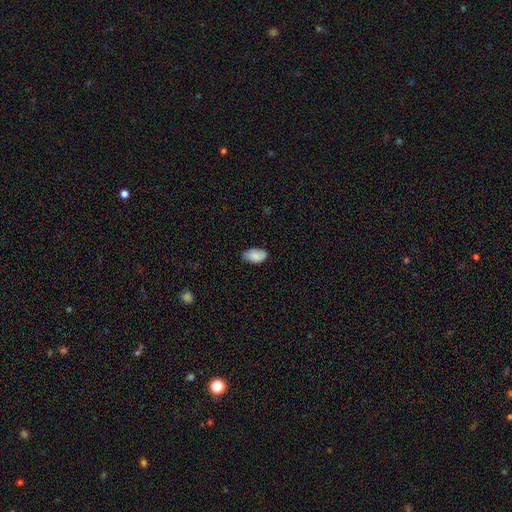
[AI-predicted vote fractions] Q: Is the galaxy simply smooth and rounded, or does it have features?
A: smooth — 83%.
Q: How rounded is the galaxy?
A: in between — 94%.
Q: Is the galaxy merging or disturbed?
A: none — 72%.